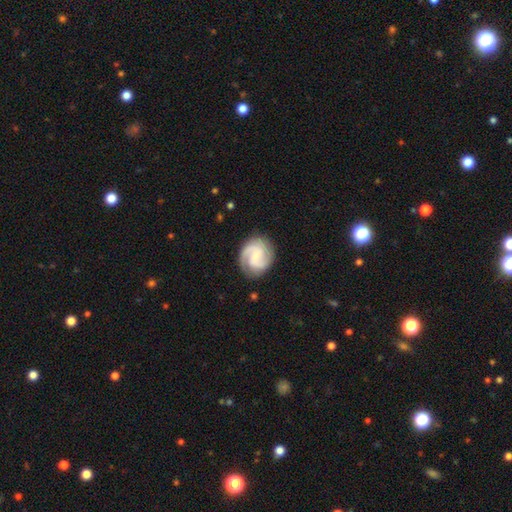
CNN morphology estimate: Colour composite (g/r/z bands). It shows a featured or disk galaxy (82%) with a weak bar (47%), 2 (79%) medium (50%) spiral arms (97%) and a small central bulge (60%). Merging: none (82%).